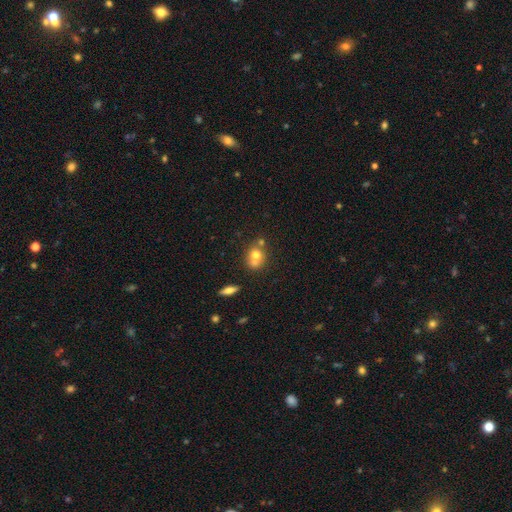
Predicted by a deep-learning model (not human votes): Q: Smooth or featured?
A: smooth (67%); runner-up: featured or disk (21%)
Q: How rounded?
A: round (70%); runner-up: in between (28%)
Q: Merging?
A: merger (50%); runner-up: none (38%)